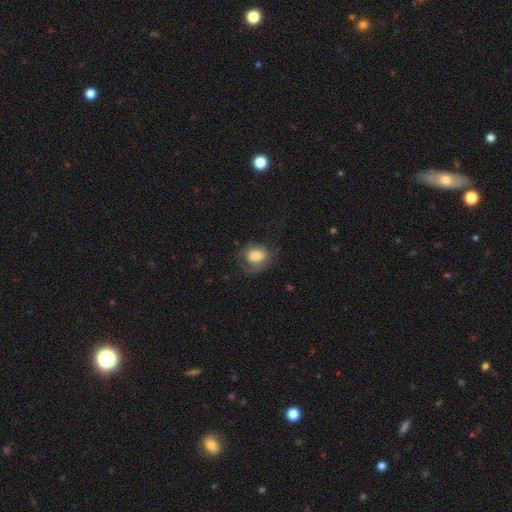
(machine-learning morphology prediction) Q: Smooth or featured?
A: smooth (73%); runner-up: featured or disk (19%)
Q: How rounded?
A: in between (57%); runner-up: round (42%)
Q: Merging?
A: none (53%); runner-up: minor disturbance (25%)